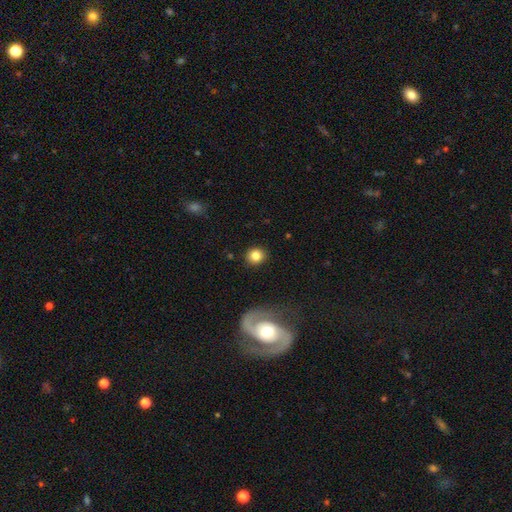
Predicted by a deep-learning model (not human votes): smooth_or_featured: smooth (p=0.82) [alt: star or artifact p=0.09]
how_rounded: round (p=0.85) [alt: in between p=0.14]
merging: none (p=0.90) [alt: minor disturbance p=0.06]